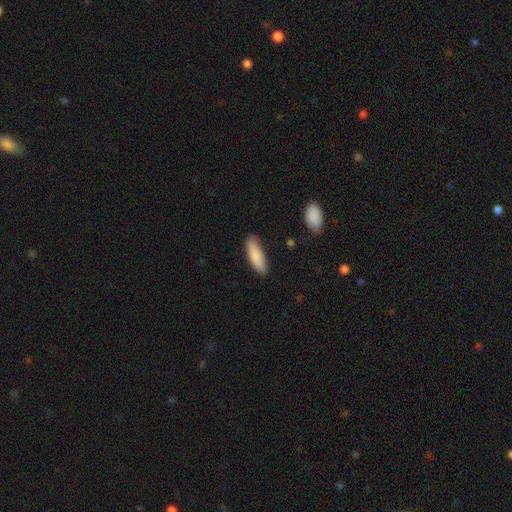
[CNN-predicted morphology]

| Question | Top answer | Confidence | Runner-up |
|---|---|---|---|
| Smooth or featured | smooth | 87% | featured or disk (7%) |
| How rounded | in between | 53% | cigar-shaped (46%) |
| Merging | none | 84% | minor disturbance (13%) |